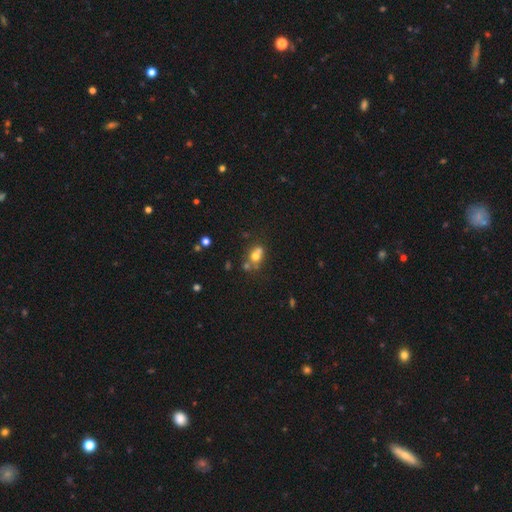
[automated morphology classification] smooth_or_featured: smooth (p=0.64) [alt: featured or disk p=0.21]
how_rounded: round (p=0.57) [alt: in between p=0.41]
merging: merger (p=0.44) [alt: none p=0.38]